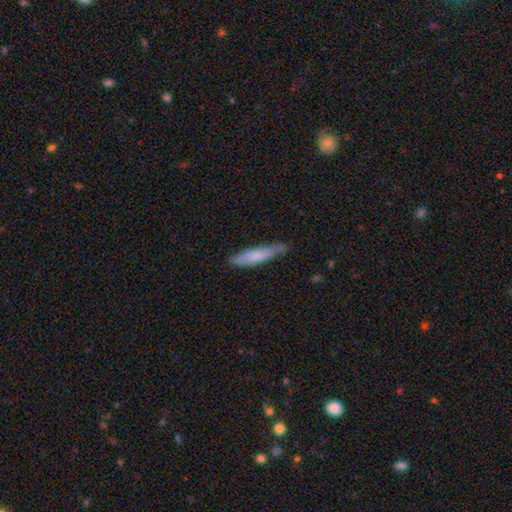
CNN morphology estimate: Smooth or featured: smooth — 70% (featured or disk — 24%)
How rounded: cigar-shaped — 86% (in between — 13%)
Merging: none — 77% (minor disturbance — 19%)